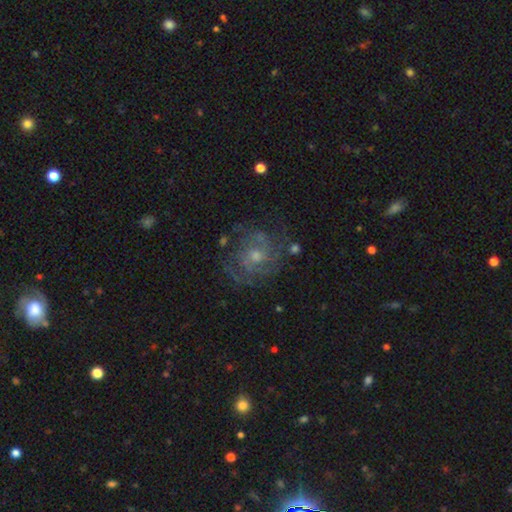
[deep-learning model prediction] This is likely a featured or disk galaxy (75%). It is clearly not viewed edge-on (98%). Bar: likely no (70%). Spiral arm pattern: clearly yes (89%). Spiral arm count: marginally can't tell (33%). Spiral winding: possibly tight (54%). Central bulge: possibly moderate (49%). Merging: likely none (74%).